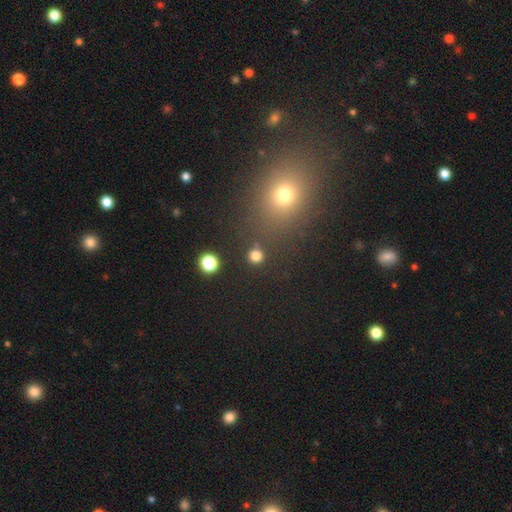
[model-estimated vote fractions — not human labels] The model was most divided on "smooth or featured": smooth: 80%, star or artifact: 16%, featured or disk: 4%. More confident: how rounded — round (91%); merging — none (86%).